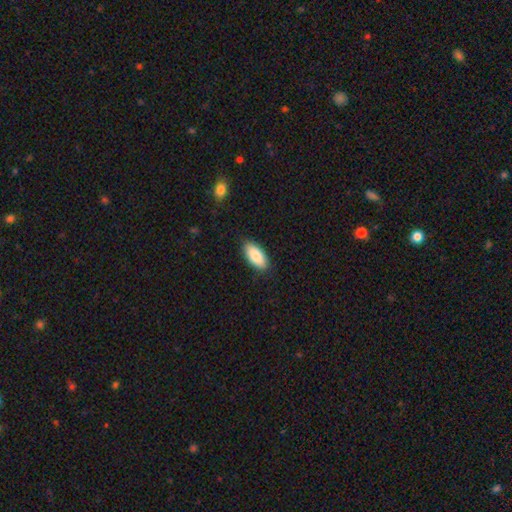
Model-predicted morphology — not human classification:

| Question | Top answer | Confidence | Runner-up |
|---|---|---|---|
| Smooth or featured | smooth | 85% | featured or disk (9%) |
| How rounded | in between | 90% | cigar-shaped (8%) |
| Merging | none | 87% | minor disturbance (10%) |